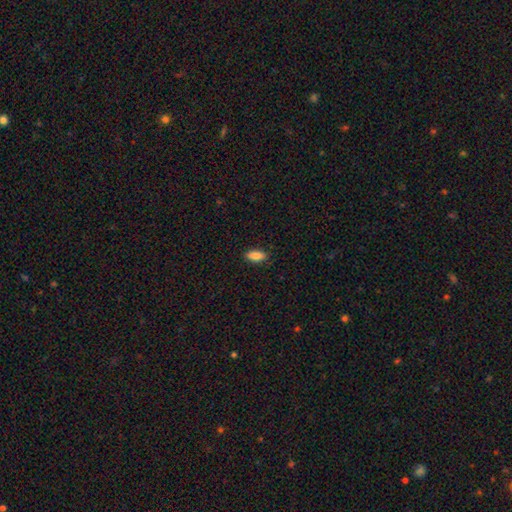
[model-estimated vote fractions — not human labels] The model was most divided on "how rounded": in between: 84%, cigar-shaped: 14%, round: 3%. More confident: merging — none (86%); smooth or featured — smooth (86%).